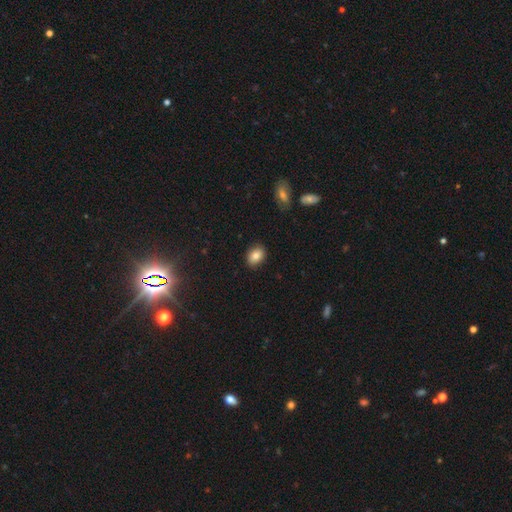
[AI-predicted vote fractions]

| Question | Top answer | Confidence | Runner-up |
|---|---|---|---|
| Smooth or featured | smooth | 83% | star or artifact (9%) |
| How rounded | in between | 69% | round (29%) |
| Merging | none | 87% | minor disturbance (9%) |